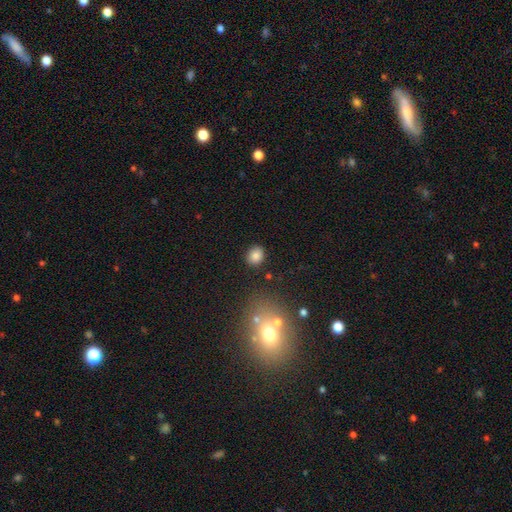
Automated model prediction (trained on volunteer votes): Smooth or featured? Predicted: smooth (p=0.83). How rounded? Predicted: round (p=0.61). Merging? Predicted: none (p=0.86).